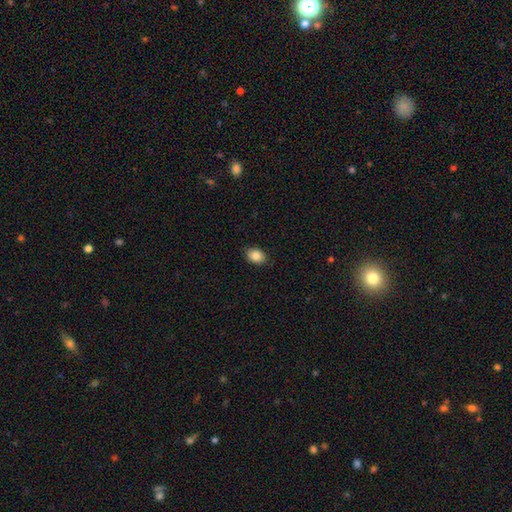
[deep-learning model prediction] Morphology: type=smooth (87%); roundness=in between (68%); merging=none (86%).